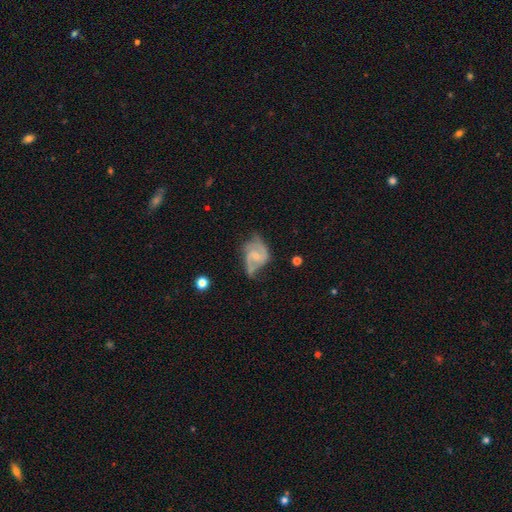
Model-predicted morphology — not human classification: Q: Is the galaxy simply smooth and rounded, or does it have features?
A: featured or disk — 79%.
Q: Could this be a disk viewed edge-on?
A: no — 98%.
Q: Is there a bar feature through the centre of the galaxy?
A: weak — 46%.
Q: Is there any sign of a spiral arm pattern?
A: yes — 92%.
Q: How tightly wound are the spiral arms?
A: medium — 48%.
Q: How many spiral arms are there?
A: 2 — 76%.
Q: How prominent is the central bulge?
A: small — 59%.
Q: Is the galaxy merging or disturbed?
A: none — 44%.